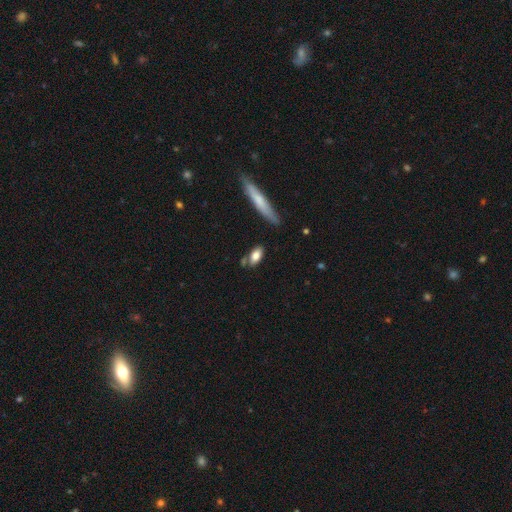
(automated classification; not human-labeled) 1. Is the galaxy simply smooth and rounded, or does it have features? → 78% smooth, 15% featured or disk, 7% star or artifact.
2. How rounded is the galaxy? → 81% in between, 16% cigar-shaped, 4% round.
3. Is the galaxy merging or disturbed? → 72% none, 15% minor disturbance, 9% merger, 4% major disturbance.